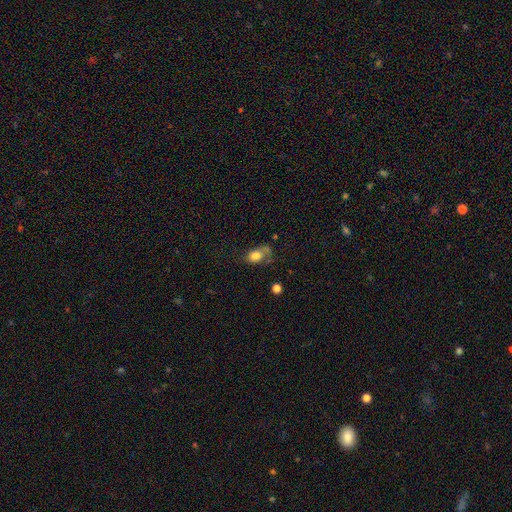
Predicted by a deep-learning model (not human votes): Overall: smooth (74%). How rounded: in between (73%). Merging: none (36%; minor disturbance 30%).